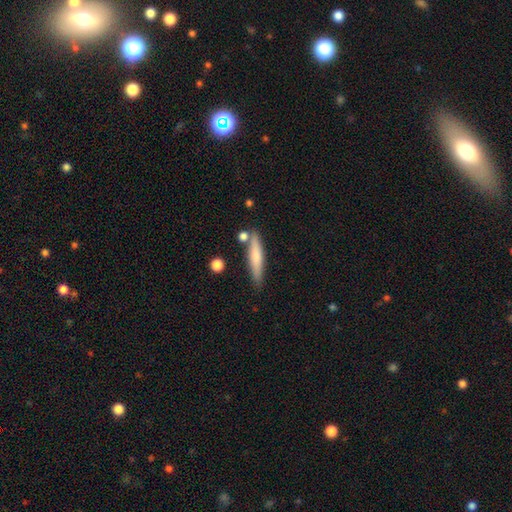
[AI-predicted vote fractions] Smooth or featured: smooth — 64% (featured or disk — 30%)
How rounded: cigar-shaped — 89% (in between — 10%)
Merging: none — 77% (minor disturbance — 13%)